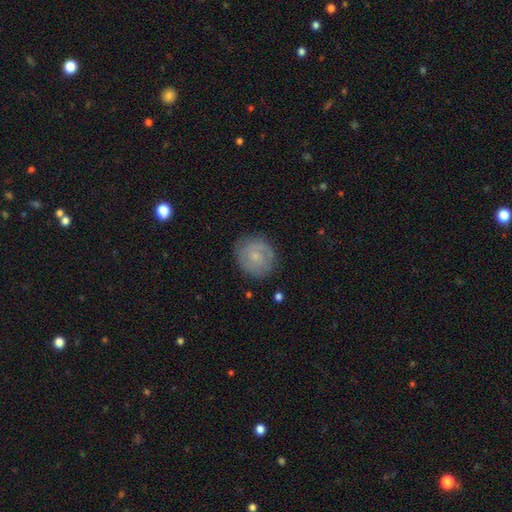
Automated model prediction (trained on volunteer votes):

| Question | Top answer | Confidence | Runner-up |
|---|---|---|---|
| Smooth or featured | featured or disk | 55% | smooth (38%) |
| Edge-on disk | no | 98% | yes (2%) |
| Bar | no | 69% | weak (28%) |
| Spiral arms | yes | 84% | no (16%) |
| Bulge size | small | 69% | moderate (21%) |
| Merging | none | 82% | minor disturbance (13%) |